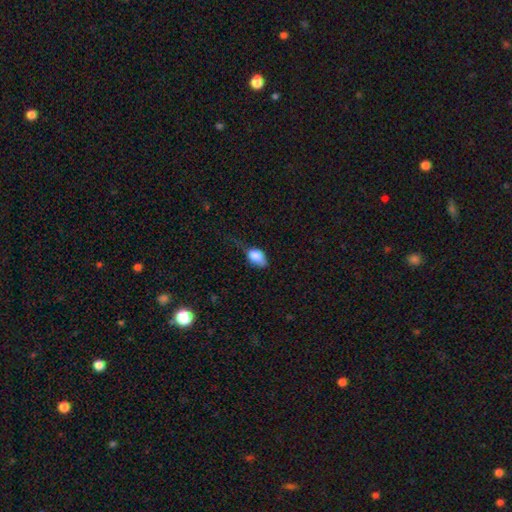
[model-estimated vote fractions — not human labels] smooth_or_featured: smooth (p=0.83) [alt: featured or disk p=0.09]
how_rounded: in between (p=0.87) [alt: round p=0.11]
merging: minor disturbance (p=0.41) [alt: none p=0.33]